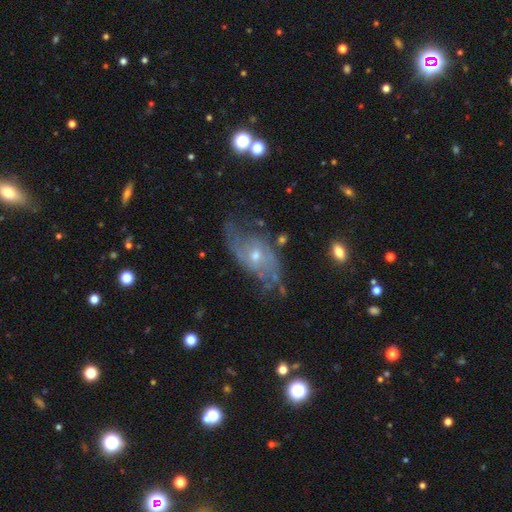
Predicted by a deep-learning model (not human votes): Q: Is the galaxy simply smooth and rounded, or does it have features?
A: featured or disk — 75%.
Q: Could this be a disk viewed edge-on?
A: no — 93%.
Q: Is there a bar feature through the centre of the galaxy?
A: no — 64%.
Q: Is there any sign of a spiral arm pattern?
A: yes — 83%.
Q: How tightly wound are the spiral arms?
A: loose — 43%.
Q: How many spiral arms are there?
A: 2 — 65%.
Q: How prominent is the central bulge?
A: small — 53%.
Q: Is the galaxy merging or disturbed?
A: none — 57%.